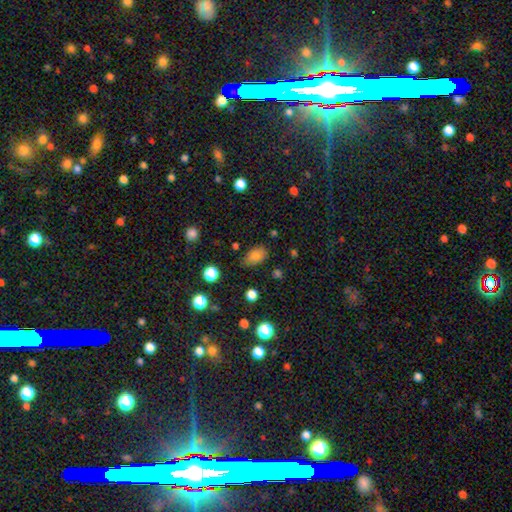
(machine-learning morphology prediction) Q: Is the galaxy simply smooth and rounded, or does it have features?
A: smooth — 80%.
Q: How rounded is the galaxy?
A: in between — 85%.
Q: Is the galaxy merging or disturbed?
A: none — 76%.